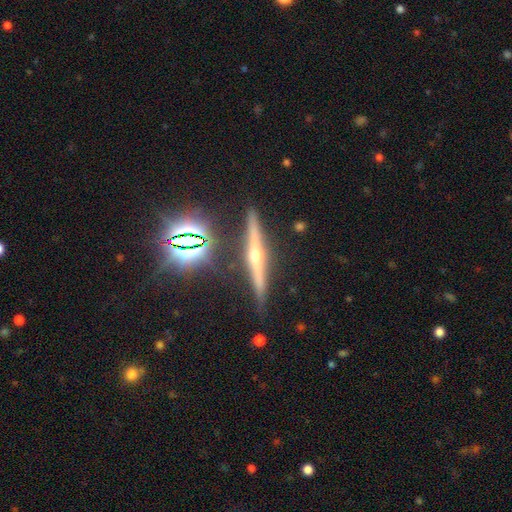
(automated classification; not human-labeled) smooth-or-featured: featured or disk: 75% | star or artifact: 14% | smooth: 11%
  disk-edge-on: yes: 98% | no: 2%
    edge-on-bulge: rounded: 93% | none: 5% | boxy: 3%
  merging: none: 88% | minor disturbance: 8% | merger: 2% | major disturbance: 2%